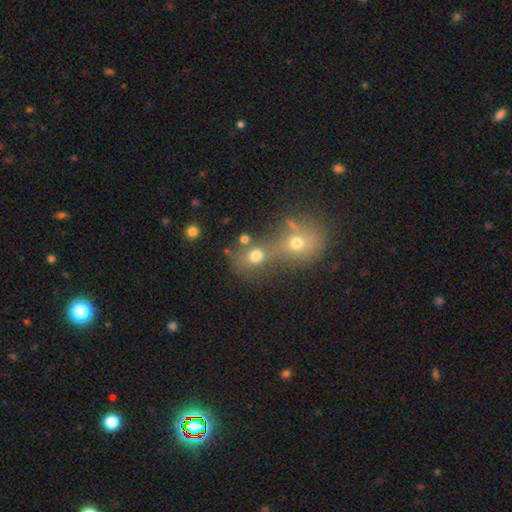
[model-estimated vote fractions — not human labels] Smooth or featured?
  - smooth: 69% *
  - star or artifact: 18%
  - featured or disk: 12%
How rounded?
  - round: 74% *
  - in between: 25%
  - cigar-shaped: 2%
Merging?
  - merger: 56% *
  - none: 33%
  - minor disturbance: 7%
  - major disturbance: 5%